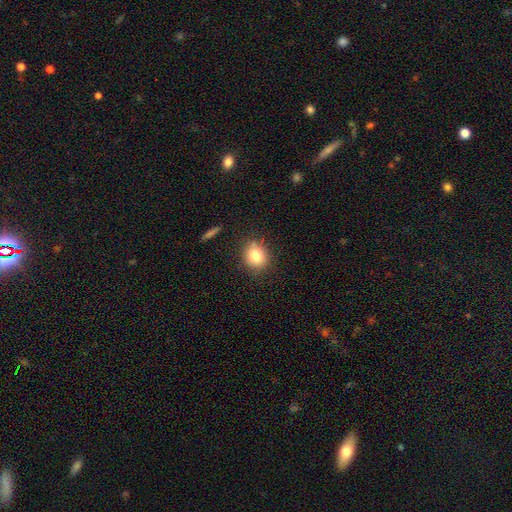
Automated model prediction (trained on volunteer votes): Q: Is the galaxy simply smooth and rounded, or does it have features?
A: smooth — 81%.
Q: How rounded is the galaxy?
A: round — 69%.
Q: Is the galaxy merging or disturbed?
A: none — 81%.